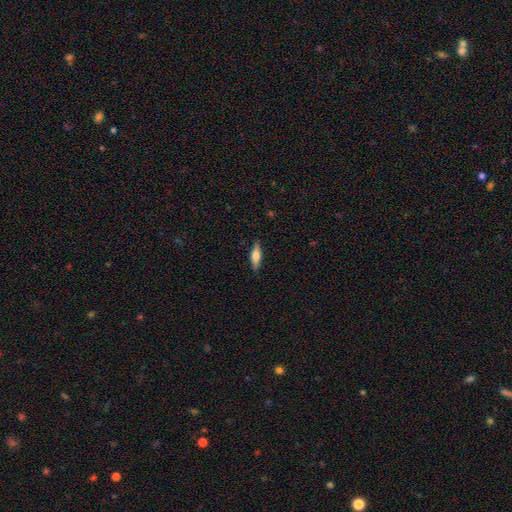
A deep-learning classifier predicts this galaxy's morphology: Q: Smooth or featured?
A: smooth (57%); runner-up: featured or disk (36%)
Q: How rounded?
A: cigar-shaped (62%); runner-up: in between (36%)
Q: Merging?
A: none (87%); runner-up: minor disturbance (10%)